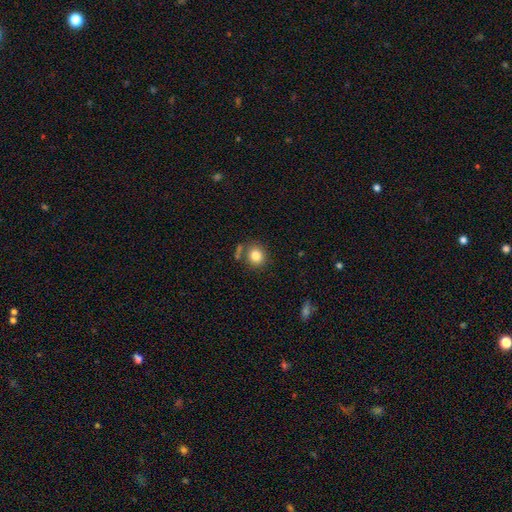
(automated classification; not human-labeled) smooth 83%, star or artifact 10%, featured or disk 7%. Down the decision tree: how rounded — round (82%); merging — none (74%).